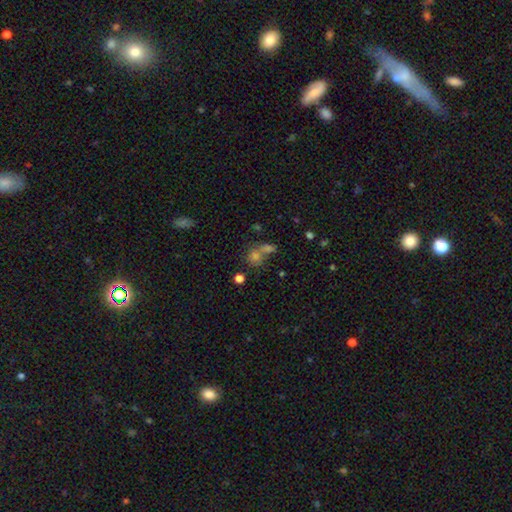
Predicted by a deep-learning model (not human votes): This appears to be a smooth galaxy with no disk features (61%) that is round (78%). Merging: none (50%).